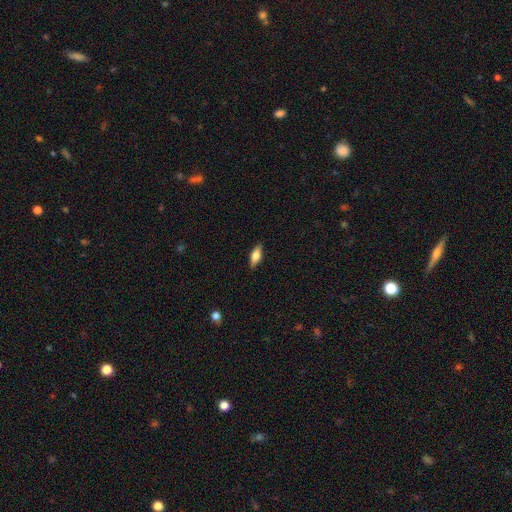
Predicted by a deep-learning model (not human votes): A smooth galaxy with no disk features (67%) that is in between round and cigar-shaped (73%). Merging: none (86%).